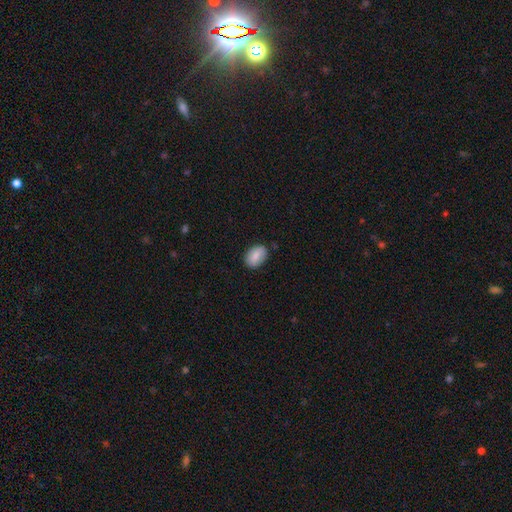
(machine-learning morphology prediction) This appears to be a smooth galaxy with no disk features (82%) that is in between round and cigar-shaped (84%). Merging: none (83%).